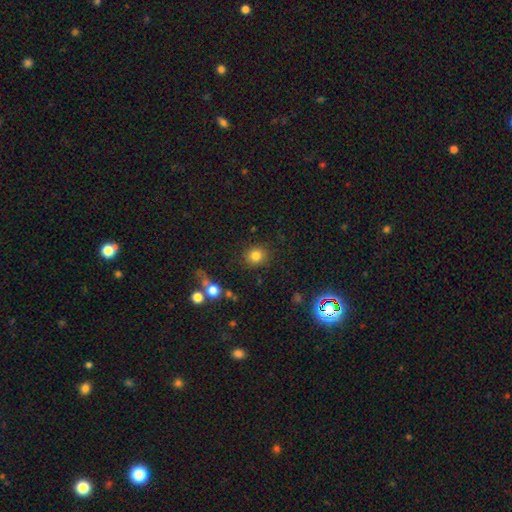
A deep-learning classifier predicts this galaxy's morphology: A smooth galaxy with no disk features (81%) that is round (85%). Merging: none (86%).